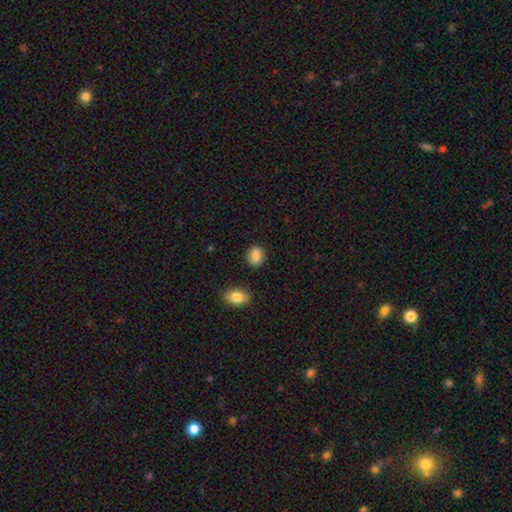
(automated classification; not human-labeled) Smooth or featured? Predicted: smooth (p=0.88). How rounded? Predicted: round (p=0.51). Merging? Predicted: none (p=0.87).